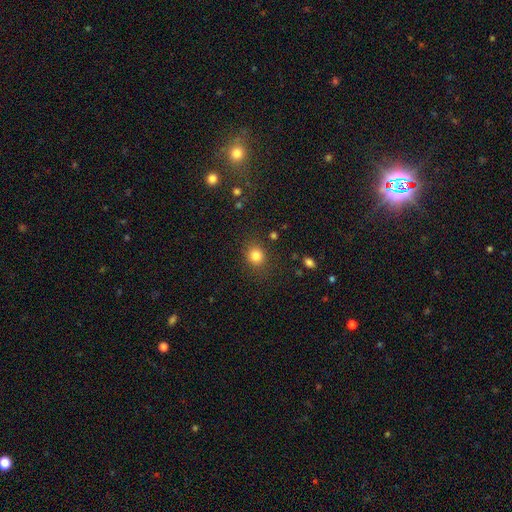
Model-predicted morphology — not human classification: The model was most divided on "how rounded": round: 81%, in between: 18%, cigar-shaped: 1%. More confident: merging — none (83%); smooth or featured — smooth (83%).